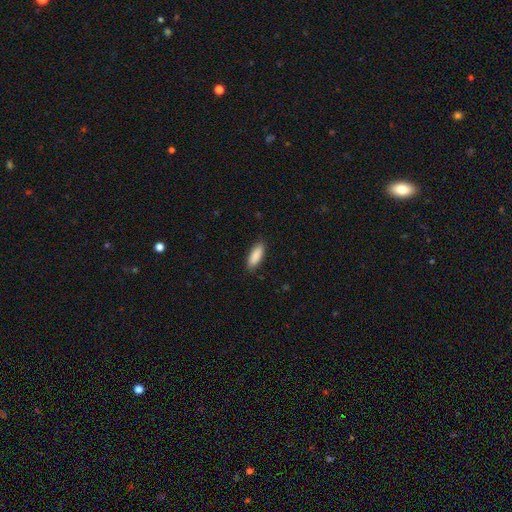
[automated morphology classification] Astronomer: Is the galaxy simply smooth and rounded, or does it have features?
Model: smooth — 90%.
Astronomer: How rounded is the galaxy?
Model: in between — 72%.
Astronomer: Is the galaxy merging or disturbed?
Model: none — 87%.